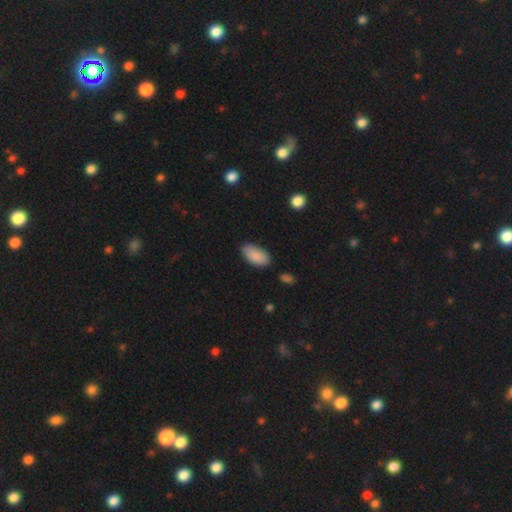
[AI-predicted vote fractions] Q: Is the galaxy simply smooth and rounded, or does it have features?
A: smooth — 89%.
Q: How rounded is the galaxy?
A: in between — 94%.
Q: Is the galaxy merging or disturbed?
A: none — 82%.